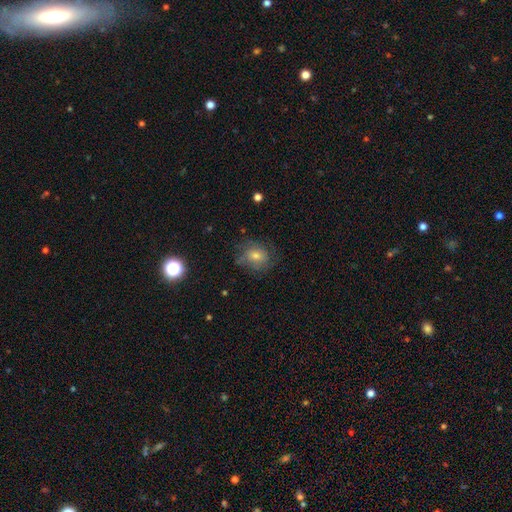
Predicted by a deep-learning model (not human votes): Morphology: type=smooth (46%); merging=none (69%).